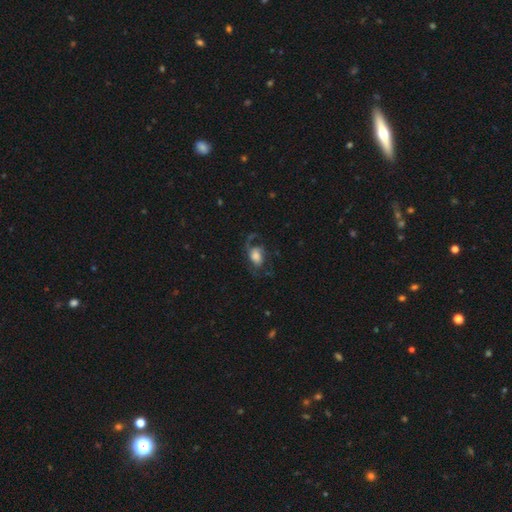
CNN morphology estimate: A featured or disk galaxy (53%) with no bar (68%), spiral arms (83%) and a large central bulge (47%). Merging: none (46%).